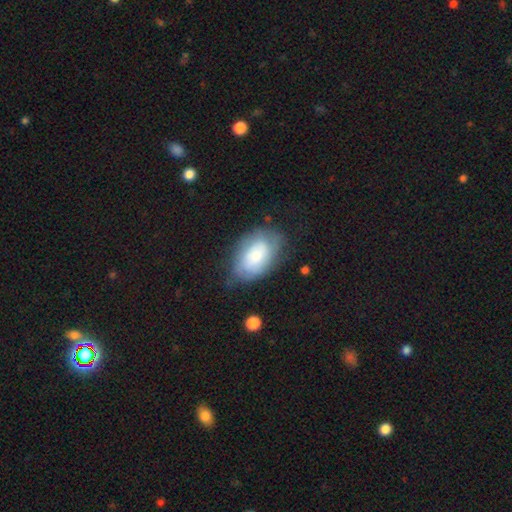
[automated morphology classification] Smooth or featured? Predicted: smooth (p=0.61). How rounded? Predicted: in between (p=0.90). Merging? Predicted: none (p=0.61).